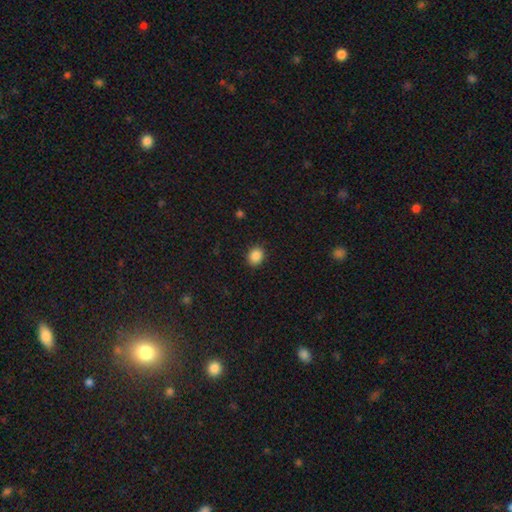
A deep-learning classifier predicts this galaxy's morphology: A smooth galaxy with no disk features (87%) that is round (61%). Merging: none (89%).